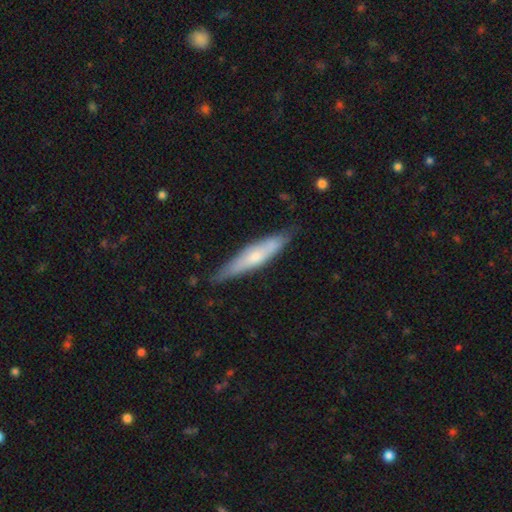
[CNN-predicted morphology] The model was most divided on "smooth or featured": smooth: 52%, featured or disk: 43%, star or artifact: 6%. More confident: how rounded — cigar-shaped (85%); merging — none (78%).